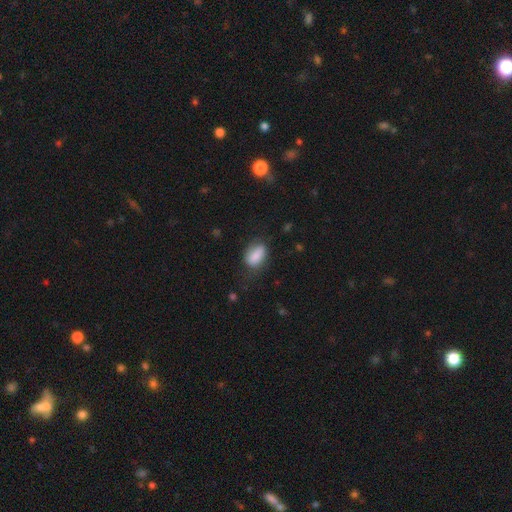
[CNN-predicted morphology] This appears to be a smooth galaxy with no disk features (81%) that is in between round and cigar-shaped (85%). Merging: none (61%).